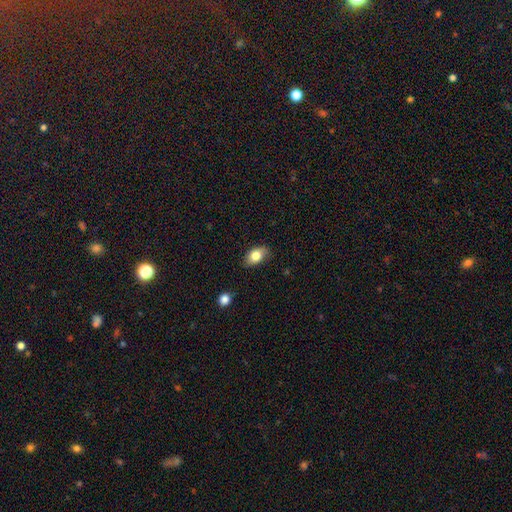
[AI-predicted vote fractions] The model was most divided on "merging": none: 82%, minor disturbance: 14%, major disturbance: 3%, merger: 1%. More confident: how rounded — in between (87%); smooth or featured — smooth (80%).